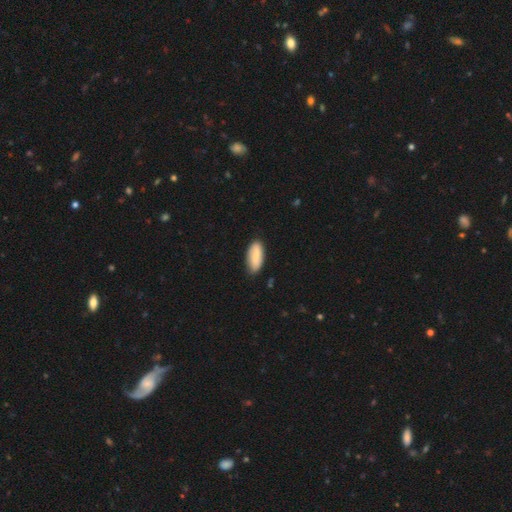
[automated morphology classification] Q: Smooth or featured?
A: smooth (82%); runner-up: featured or disk (13%)
Q: How rounded?
A: in between (81%); runner-up: cigar-shaped (17%)
Q: Merging?
A: none (80%); runner-up: minor disturbance (16%)